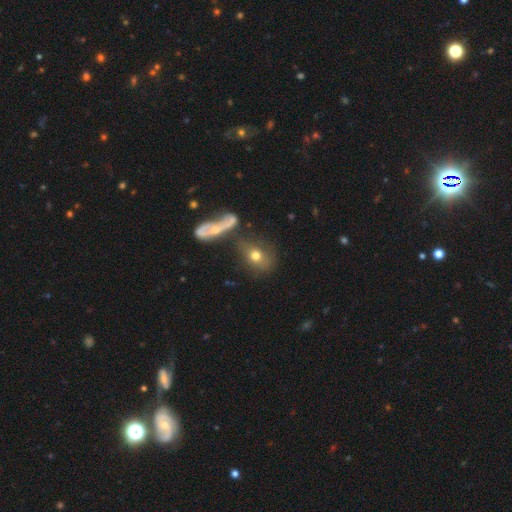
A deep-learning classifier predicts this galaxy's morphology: This appears to be a smooth galaxy with no disk features (58%) that is in between round and cigar-shaped (52%). Merging: none (41%).